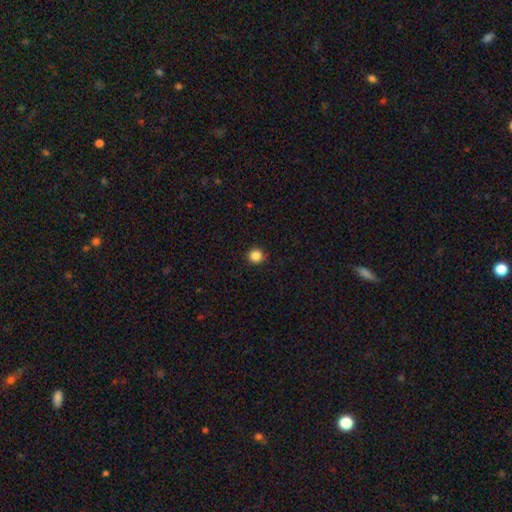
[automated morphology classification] Smooth or featured: smooth — 85% (star or artifact — 11%)
How rounded: round — 93% (in between — 6%)
Merging: none — 91% (minor disturbance — 6%)